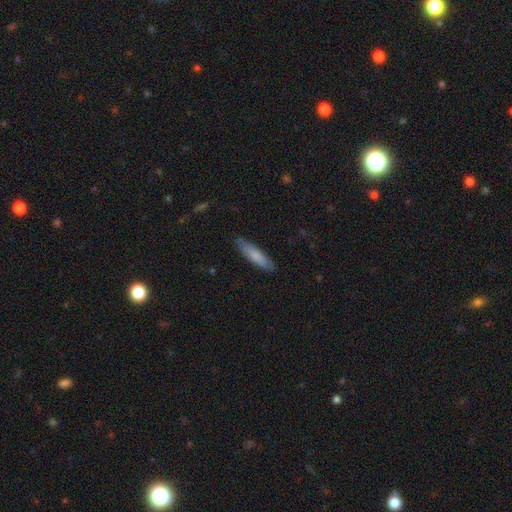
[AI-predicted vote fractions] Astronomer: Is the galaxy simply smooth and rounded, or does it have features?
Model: smooth — 78%.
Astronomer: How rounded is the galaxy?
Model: cigar-shaped — 74%.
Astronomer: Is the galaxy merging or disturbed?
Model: none — 84%.